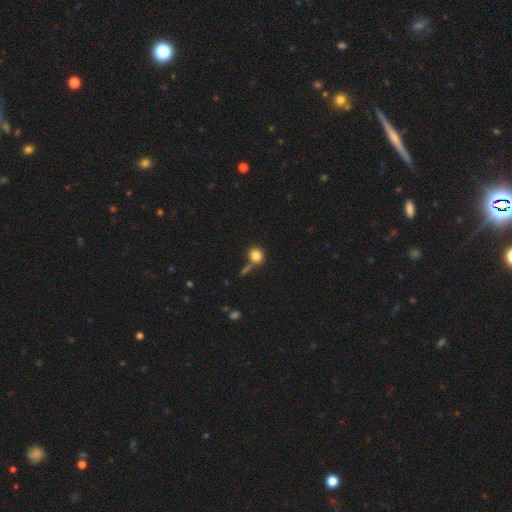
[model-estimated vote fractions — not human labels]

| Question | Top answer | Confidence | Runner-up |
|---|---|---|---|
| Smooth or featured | smooth | 83% | star or artifact (11%) |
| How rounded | round | 86% | in between (13%) |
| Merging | none | 66% | merger (18%) |